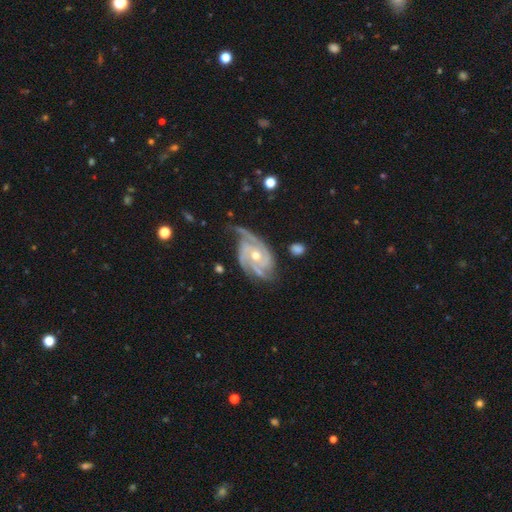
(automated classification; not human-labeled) Overall: featured or disk (93%). Edge-on disk: no (98%). Bar: no (69%). Spiral arms: yes (98%). Spiral arm count: 3 (52%; 2 17%). Spiral winding: tight (58%; medium 34%). Bulge size: moderate (59%; small 38%). Merging: none (60%; minor disturbance 26%).